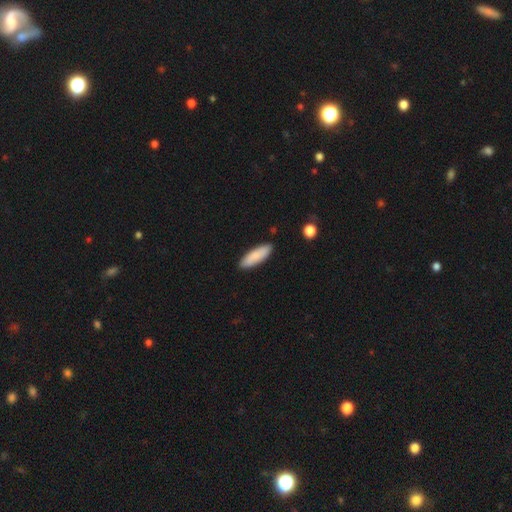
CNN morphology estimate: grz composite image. It shows a smooth galaxy with no disk features (83%) that is in between round and cigar-shaped (54%). Merging: none (86%).